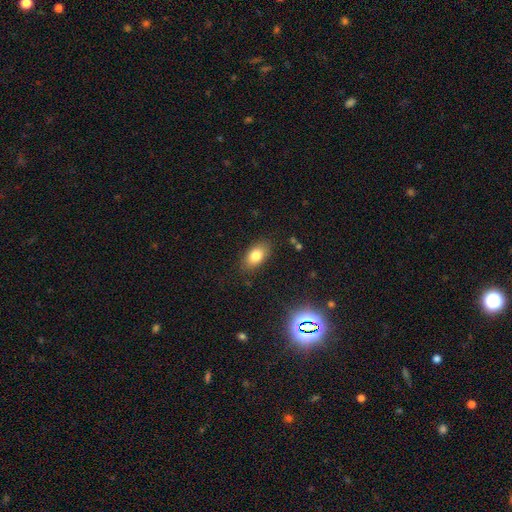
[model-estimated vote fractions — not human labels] This appears to be a smooth galaxy with no disk features (79%) that is in between round and cigar-shaped (89%). Merging: none (84%).